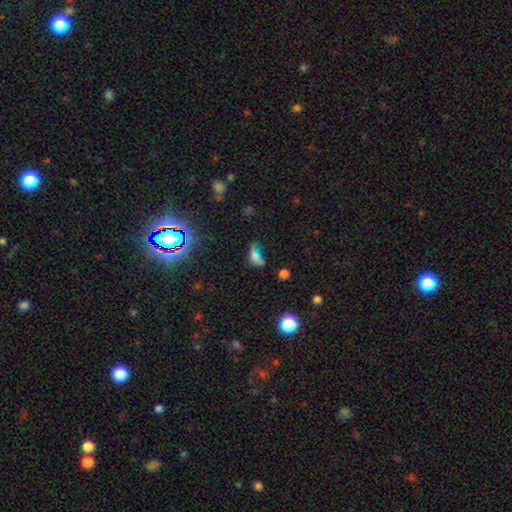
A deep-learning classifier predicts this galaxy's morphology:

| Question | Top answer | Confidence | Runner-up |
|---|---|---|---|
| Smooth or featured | smooth | 53% | star or artifact (27%) |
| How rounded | in between | 73% | cigar-shaped (15%) |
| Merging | major disturbance | 34% | none (29%) |